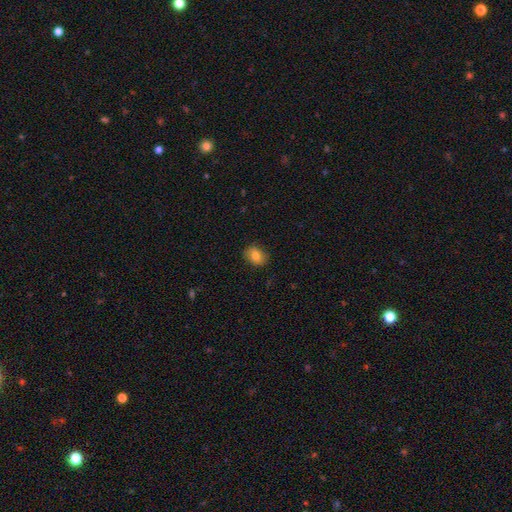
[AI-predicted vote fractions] Smooth or featured: smooth — 80% (featured or disk — 11%)
How rounded: in between — 54% (round — 45%)
Merging: none — 85% (minor disturbance — 11%)